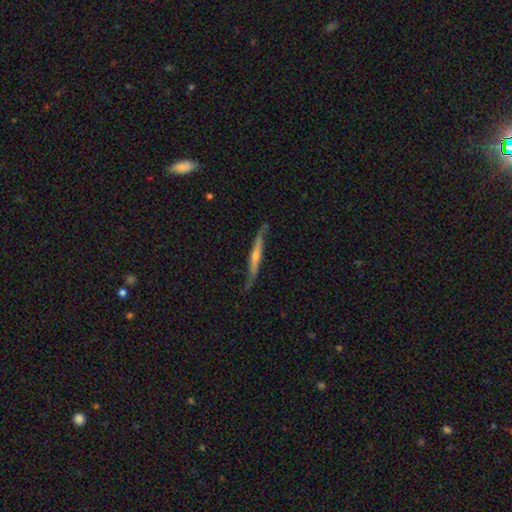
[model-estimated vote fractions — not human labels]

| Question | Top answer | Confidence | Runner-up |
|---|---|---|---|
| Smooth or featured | featured or disk | 67% | smooth (27%) |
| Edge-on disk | yes | 90% | no (10%) |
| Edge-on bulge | rounded | 56% | none (34%) |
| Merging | none | 72% | minor disturbance (22%) |